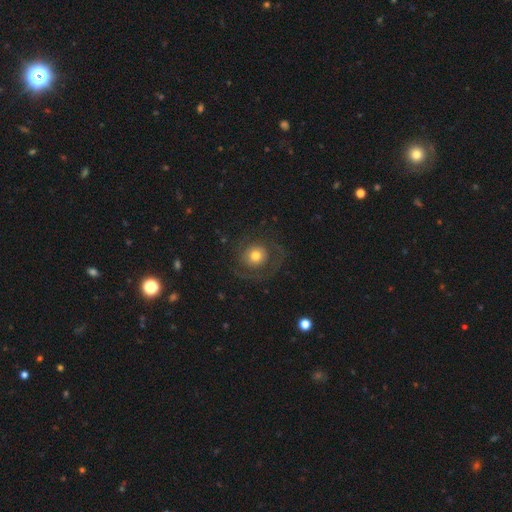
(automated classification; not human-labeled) The model was most divided on "smooth or featured": featured or disk: 48%, smooth: 43%, star or artifact: 9%. More confident: merging — none (67%).